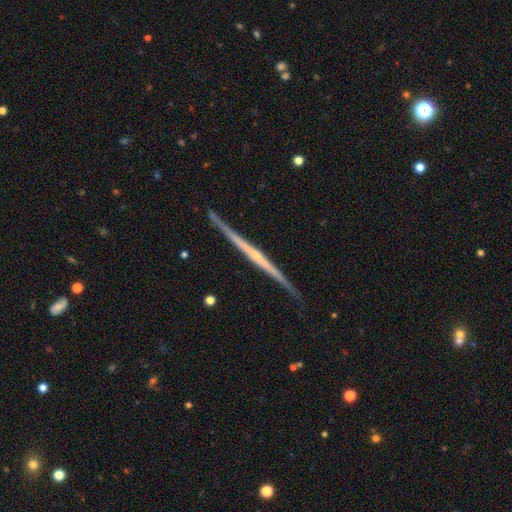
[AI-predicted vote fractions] Smooth or featured?
  - featured or disk: 82% *
  - smooth: 13%
  - star or artifact: 5%
Edge-on disk?
  - yes: 98% *
  - no: 2%
Edge-on bulge?
  - none: 51% *
  - rounded: 42%
  - boxy: 7%
Merging?
  - none: 86% *
  - minor disturbance: 11%
  - major disturbance: 2%
  - merger: 1%